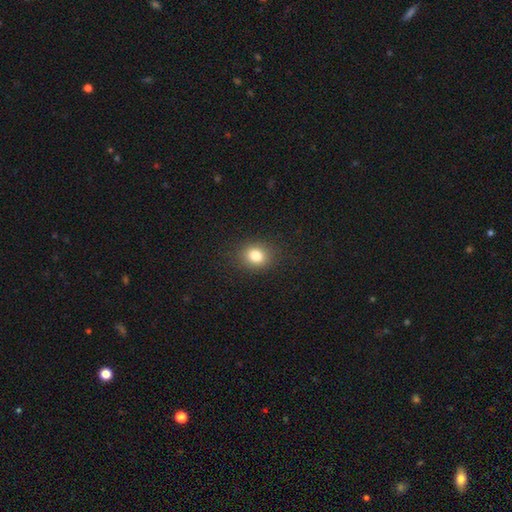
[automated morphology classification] This is clearly a smooth galaxy (82%). How rounded: possibly round (58%). Merging: clearly none (88%).